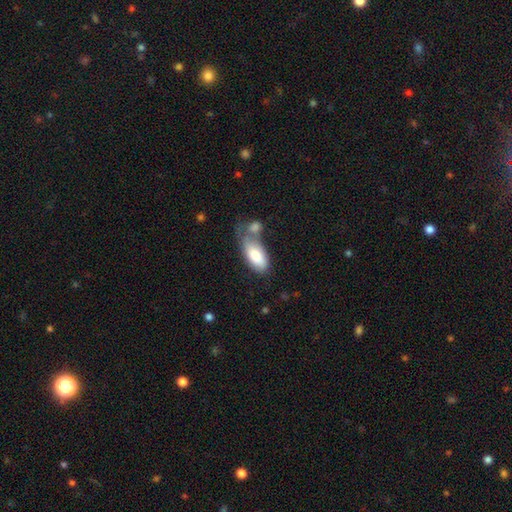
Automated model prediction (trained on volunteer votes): This appears to be a smooth galaxy with no disk features (80%) that is in between round and cigar-shaped (90%). Merging: merger (35%).